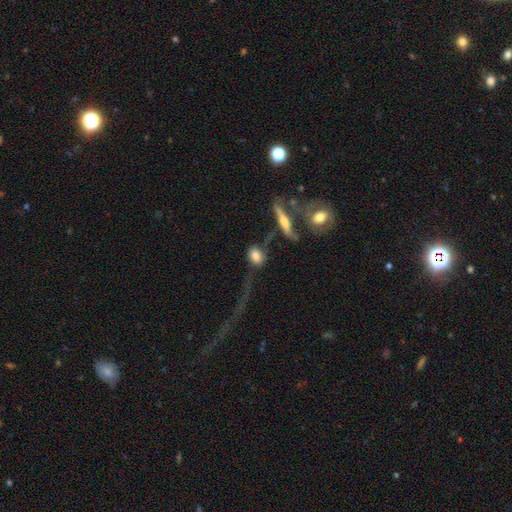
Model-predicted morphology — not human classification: smooth 71%, featured or disk 20%, star or artifact 8%. Down the decision tree: how rounded — in between (65%); merging — none (37%).